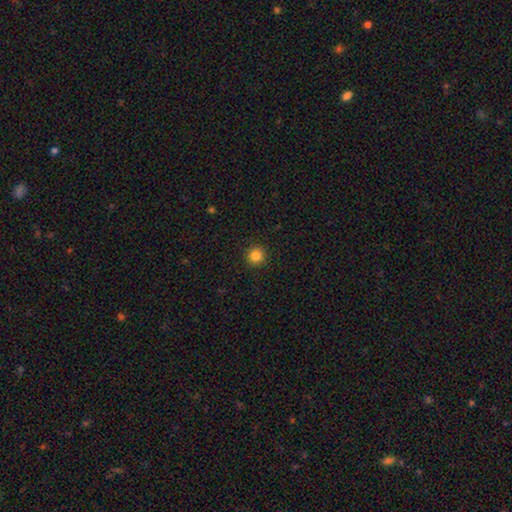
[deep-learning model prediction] This is clearly a smooth galaxy (84%). How rounded: clearly round (95%). Merging: clearly none (92%).